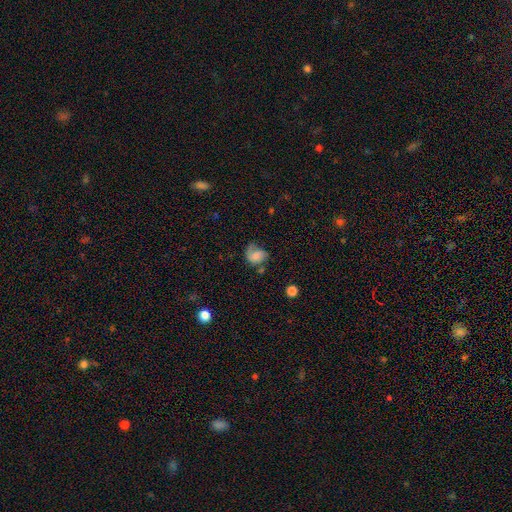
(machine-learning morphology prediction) Smooth or featured: smooth — 55% (featured or disk — 35%)
How rounded: round — 53% (in between — 46%)
Merging: none — 37% (minor disturbance — 29%)